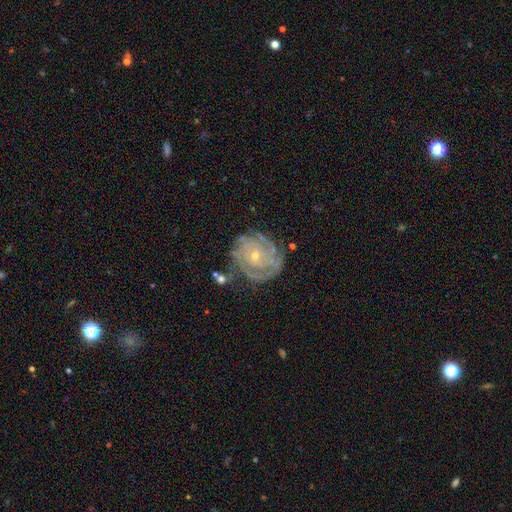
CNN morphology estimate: Smooth or featured? Predicted: featured or disk (p=0.85). Edge-on disk? Predicted: no (p=0.98). Bar? Predicted: no (p=0.76). Spiral arms? Predicted: yes (p=0.95). Spiral winding? Predicted: tight (p=0.77). Spiral arm count? Predicted: can't tell (p=0.30). Bulge size? Predicted: small (p=0.72). Merging? Predicted: none (p=0.72).